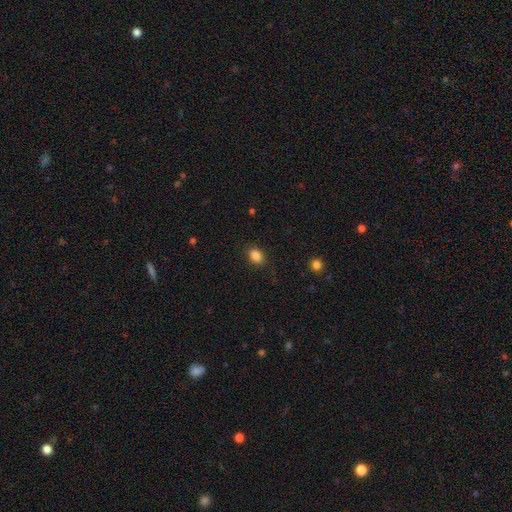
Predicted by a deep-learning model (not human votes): This appears to be a smooth galaxy with no disk features (87%) that is in between round and cigar-shaped (75%). Merging: none (85%).